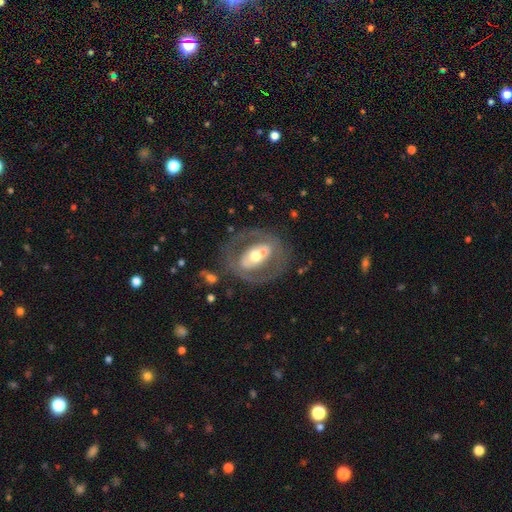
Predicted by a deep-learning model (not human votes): Smooth or featured? featured or disk (69%)
Edge-on disk? no (93%)
Bar? no (44%)
Spiral arms? no (72%)
Bulge size? moderate (66%)
Merging? none (66%)